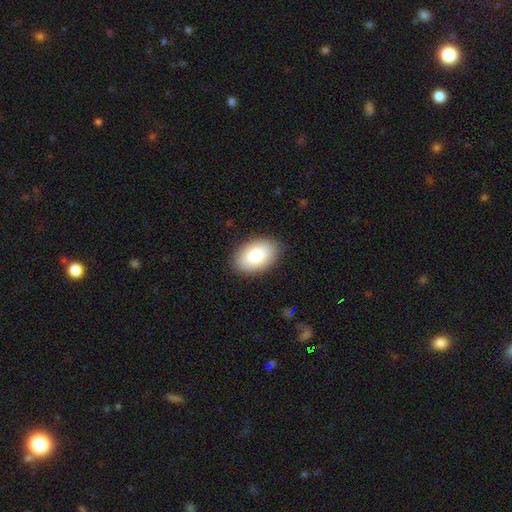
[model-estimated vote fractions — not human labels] smooth_or_featured: smooth (p=0.84) [alt: featured or disk p=0.09]
how_rounded: in between (p=0.92) [alt: round p=0.07]
merging: none (p=0.88) [alt: minor disturbance p=0.09]